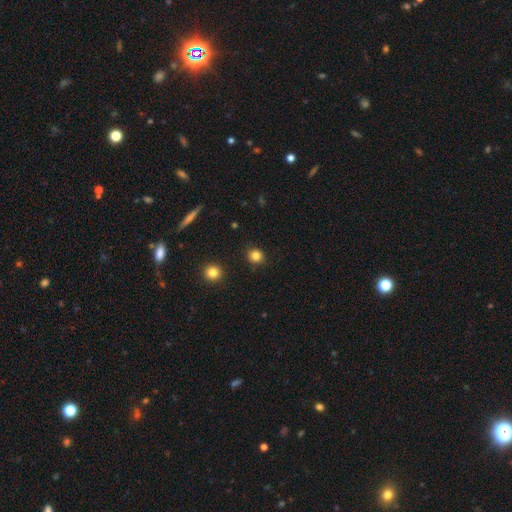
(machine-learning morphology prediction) type=smooth (83%); roundness=round (86%); merging=none (90%).